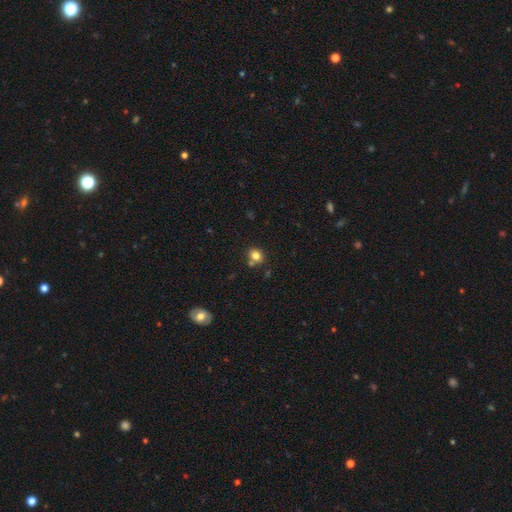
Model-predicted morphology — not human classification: smooth 80%, star or artifact 12%, featured or disk 7%. Down the decision tree: how rounded — round (68%); merging — none (70%).